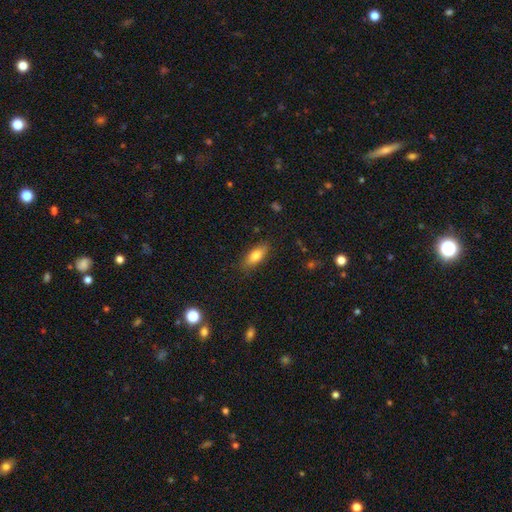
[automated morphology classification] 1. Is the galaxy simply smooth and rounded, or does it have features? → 79% smooth, 14% featured or disk, 7% star or artifact.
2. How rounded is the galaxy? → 78% in between, 18% cigar-shaped, 3% round.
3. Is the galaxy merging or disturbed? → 83% none, 13% minor disturbance, 3% major disturbance, 1% merger.